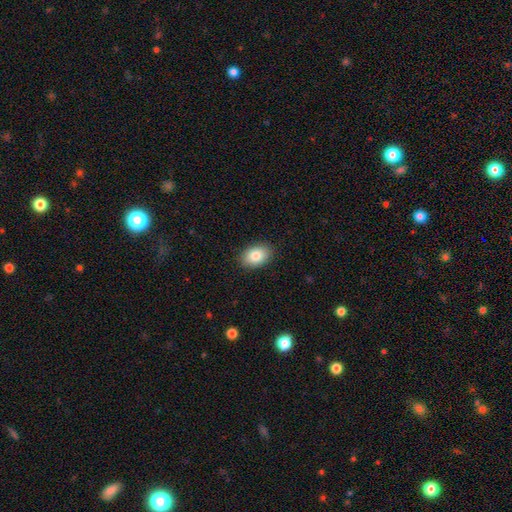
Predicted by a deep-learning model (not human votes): Smooth or featured? smooth (84%)
How rounded? in between (85%)
Merging? none (89%)